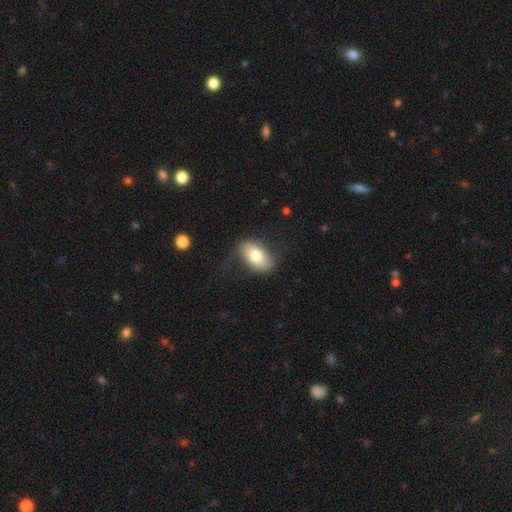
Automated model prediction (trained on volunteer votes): This is likely a smooth galaxy (69%). How rounded: clearly in between (91%). Merging: likely none (65%).